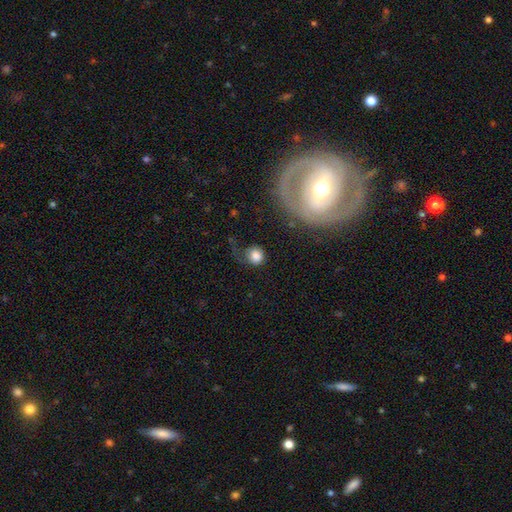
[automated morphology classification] Q: Smooth or featured?
A: smooth (80%); runner-up: featured or disk (11%)
Q: How rounded?
A: round (86%); runner-up: in between (13%)
Q: Merging?
A: none (56%); runner-up: minor disturbance (20%)